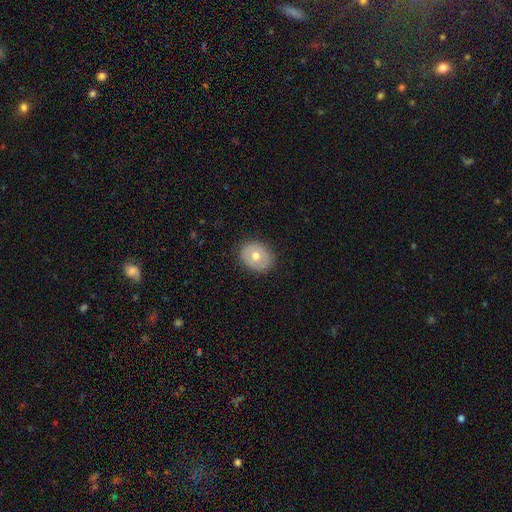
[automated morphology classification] A smooth galaxy with no disk features (63%) that is round (56%).

Vote fractions:
- Smooth or featured? smooth: 63% / featured or disk: 30% / star or artifact: 8%
- How rounded? round: 56% / in between: 43% / cigar-shaped: 1%
- Merging? none: 88% / minor disturbance: 9% / major disturbance: 2% / merger: 1%